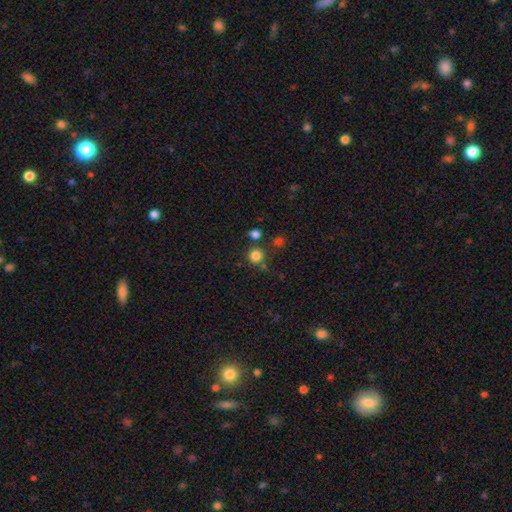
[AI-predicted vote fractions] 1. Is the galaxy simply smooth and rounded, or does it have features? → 82% smooth, 14% star or artifact, 5% featured or disk.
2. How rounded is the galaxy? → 92% round, 7% in between, 1% cigar-shaped.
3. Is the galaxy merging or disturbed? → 78% none, 11% merger, 9% minor disturbance, 3% major disturbance.